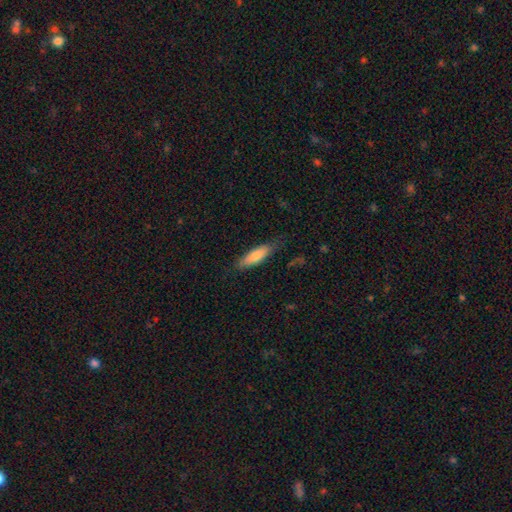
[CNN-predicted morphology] Smooth or featured: smooth — 74% (featured or disk — 20%)
How rounded: cigar-shaped — 57% (in between — 42%)
Merging: none — 73% (minor disturbance — 20%)